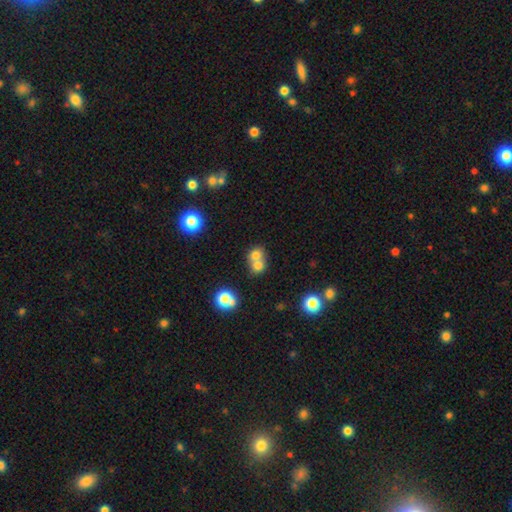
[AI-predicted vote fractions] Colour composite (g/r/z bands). It shows a smooth galaxy with no disk features (72%) that is round (73%). Merging: merger (64%).